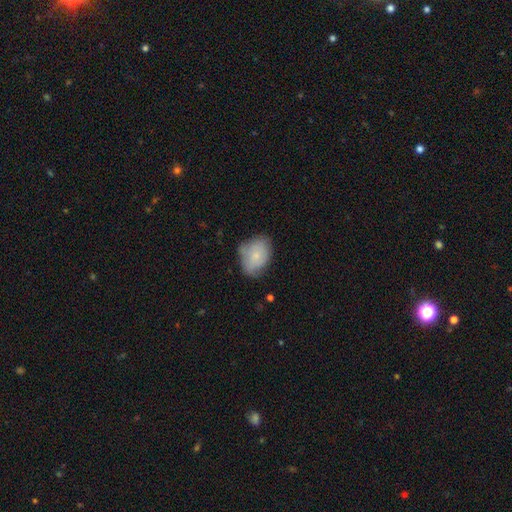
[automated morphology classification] The model was most divided on "merging": none: 51%, minor disturbance: 35%, major disturbance: 10%, merger: 3%. More confident: how rounded — in between (75%); smooth or featured — smooth (72%).